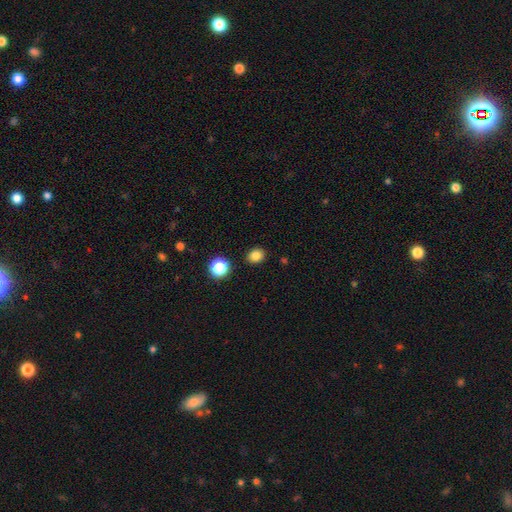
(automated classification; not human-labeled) Smooth or featured?
  - smooth: 81% *
  - star or artifact: 13%
  - featured or disk: 5%
How rounded?
  - round: 63% *
  - in between: 37%
  - cigar-shaped: 1%
Merging?
  - none: 88% *
  - minor disturbance: 7%
  - merger: 2%
  - major disturbance: 2%